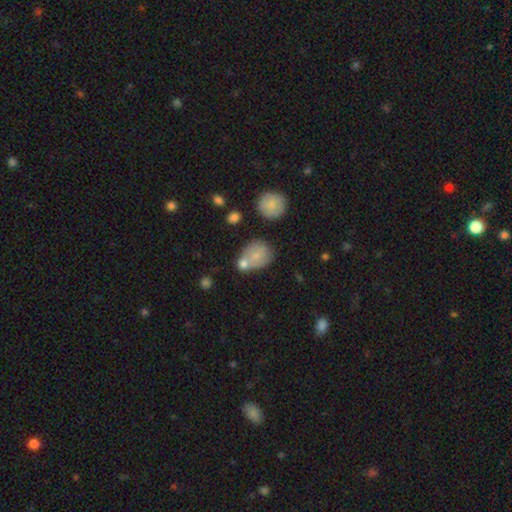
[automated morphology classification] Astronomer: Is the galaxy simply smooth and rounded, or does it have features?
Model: smooth — 67%.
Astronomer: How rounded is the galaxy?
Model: round — 60% (runner-up: in between, 39%).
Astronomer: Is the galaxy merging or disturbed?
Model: none — 41% (runner-up: merger, 35%).